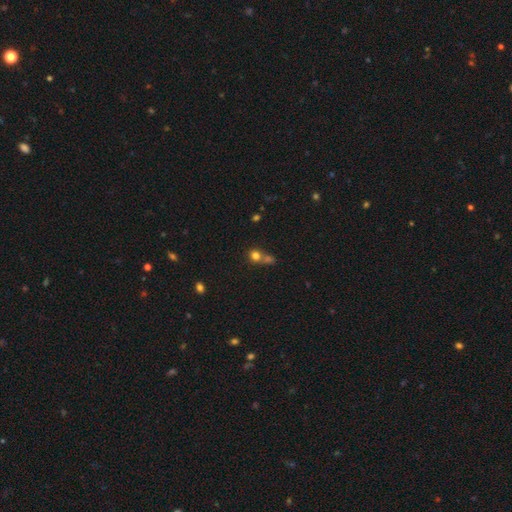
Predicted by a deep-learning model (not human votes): A smooth galaxy with no disk features (75%) that is round (85%). Merging: none (45%).